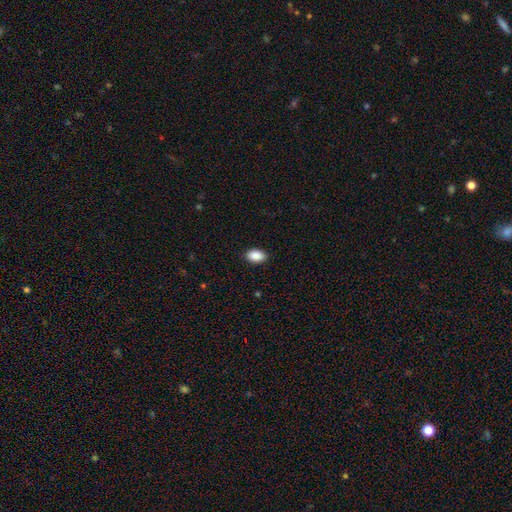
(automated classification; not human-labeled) smooth_or_featured: smooth (p=0.90) [alt: star or artifact p=0.07]
how_rounded: in between (p=0.91) [alt: round p=0.07]
merging: none (p=0.90) [alt: minor disturbance p=0.07]